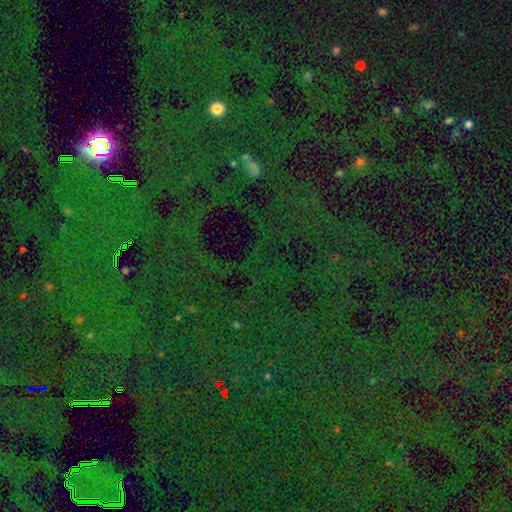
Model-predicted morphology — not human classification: Smooth or featured? star or artifact (80%)